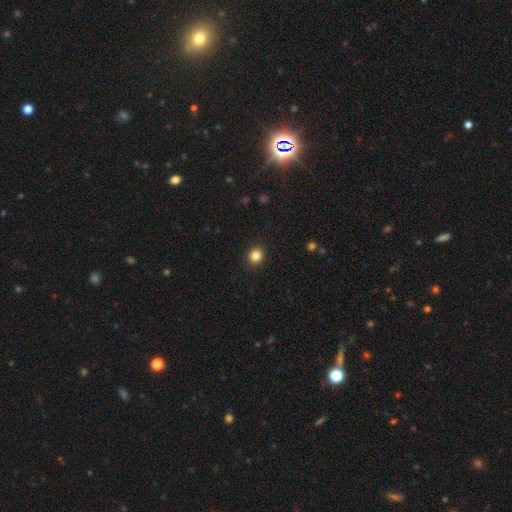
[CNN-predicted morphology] Smooth or featured: smooth — 84% (star or artifact — 11%)
How rounded: round — 78% (in between — 21%)
Merging: none — 92% (minor disturbance — 5%)